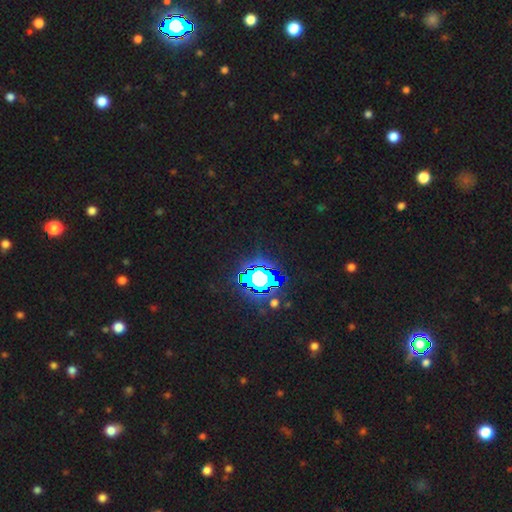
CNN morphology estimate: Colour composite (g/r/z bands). It shows a star or artifact, not a galaxy (81%).